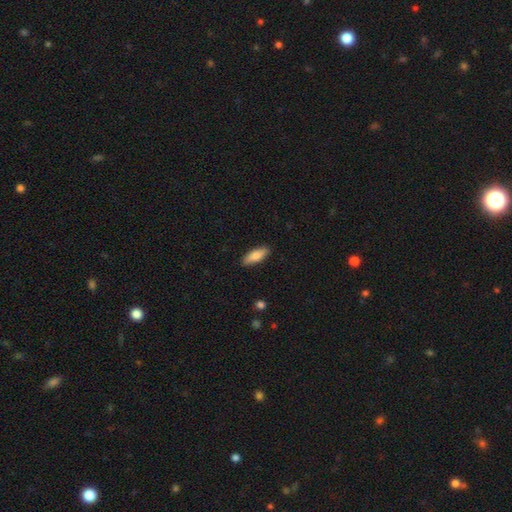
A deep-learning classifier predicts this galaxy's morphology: Smooth or featured?
  - smooth: 82% *
  - featured or disk: 12%
  - star or artifact: 6%
How rounded?
  - in between: 65% *
  - cigar-shaped: 33%
  - round: 2%
Merging?
  - none: 88% *
  - minor disturbance: 9%
  - major disturbance: 2%
  - merger: 1%